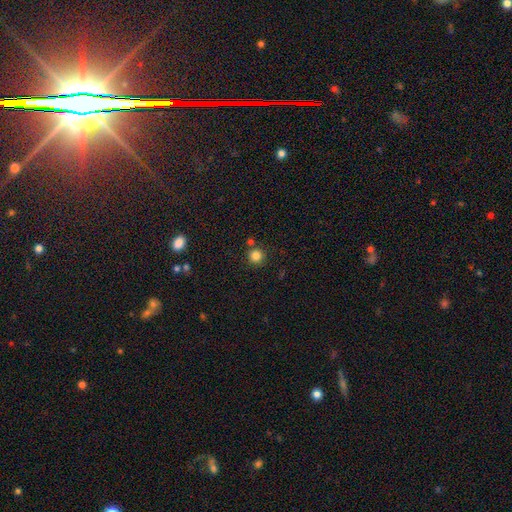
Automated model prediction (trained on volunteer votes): This appears to be a smooth galaxy with no disk features (83%) that is round (95%). Merging: none (82%).